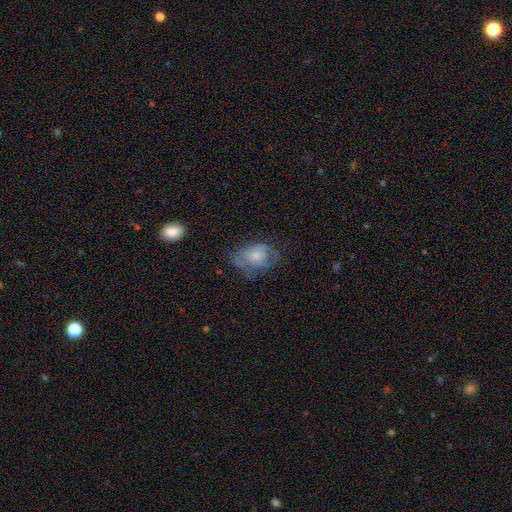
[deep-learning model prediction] Smooth or featured: smooth — 52% (featured or disk — 40%)
How rounded: in between — 78% (round — 20%)
Merging: none — 42% (minor disturbance — 31%)